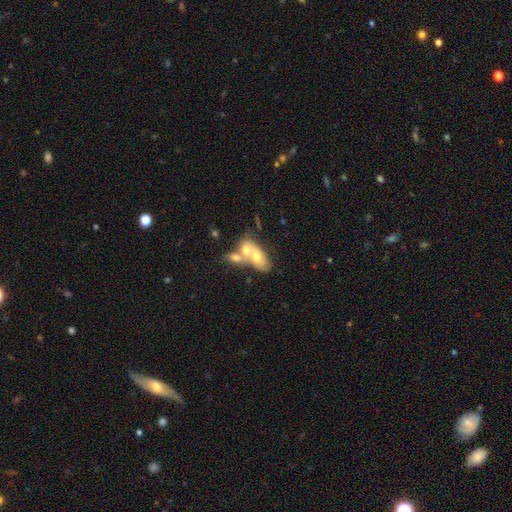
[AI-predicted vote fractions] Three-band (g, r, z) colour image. It shows a smooth galaxy with no disk features (50%) that is in between round and cigar-shaped (82%). Merging: merger (70%).